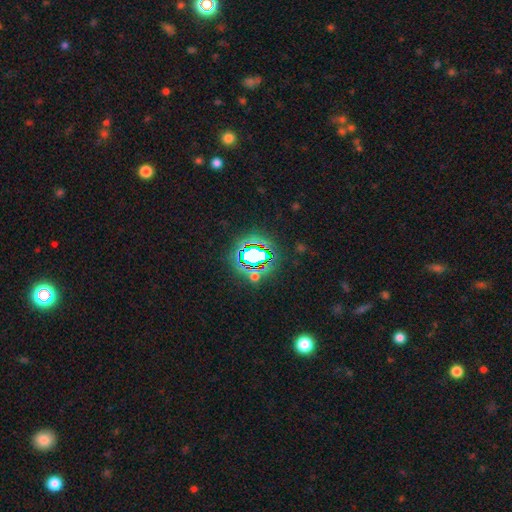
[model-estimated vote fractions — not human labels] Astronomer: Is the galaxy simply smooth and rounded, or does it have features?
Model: star or artifact — 67%.